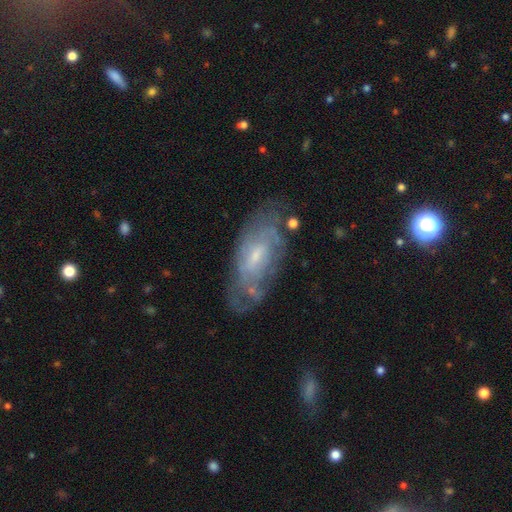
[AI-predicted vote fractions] Smooth or featured? Predicted: featured or disk (p=0.68). Edge-on disk? Predicted: no (p=0.89). Bar? Predicted: no (p=0.49). Spiral arms? Predicted: yes (p=0.67). Bulge size? Predicted: small (p=0.58). Merging? Predicted: none (p=0.62).